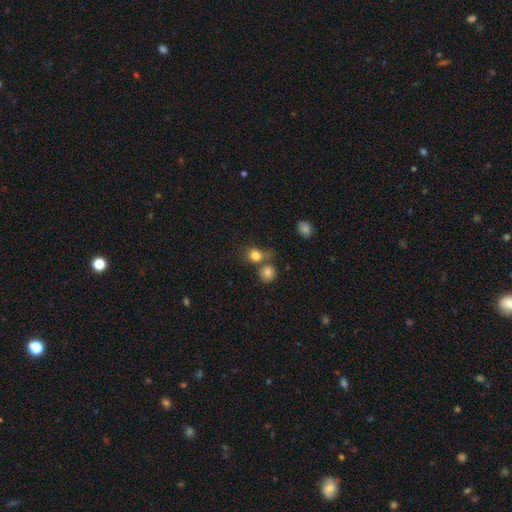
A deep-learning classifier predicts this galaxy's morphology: This appears to be a smooth galaxy with no disk features (81%) that is round (74%). Merging: none (52%).